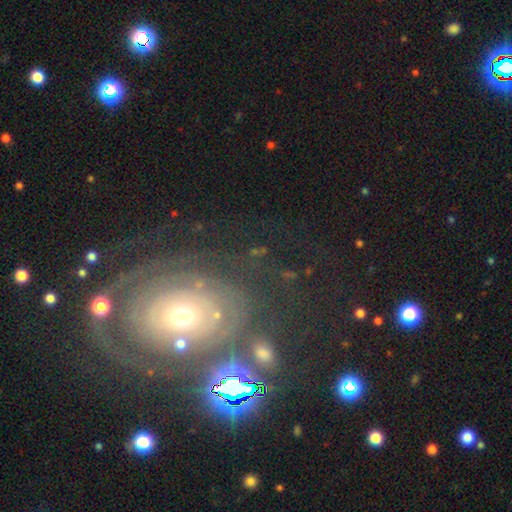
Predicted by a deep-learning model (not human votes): A featured or disk galaxy (53%) with no bar (81%), spiral arms (65%) and a moderate central bulge (54%). Merging: none (69%).